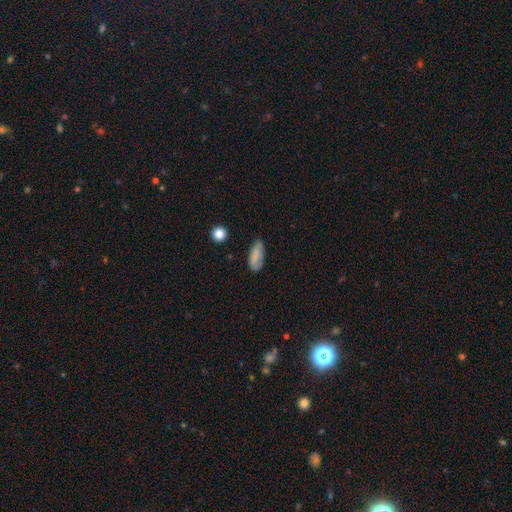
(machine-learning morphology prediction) type=smooth (71%); roundness=in between (85%); merging=none (58%).